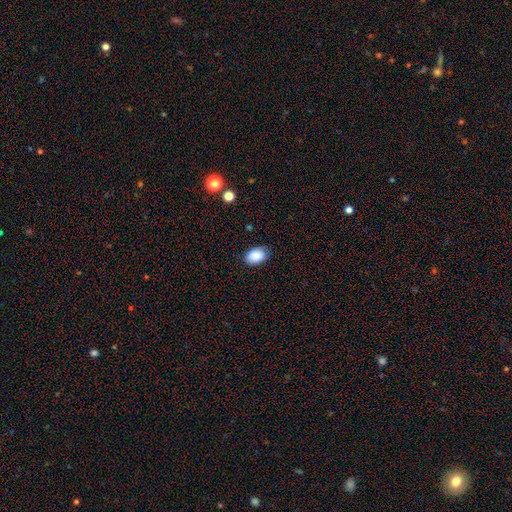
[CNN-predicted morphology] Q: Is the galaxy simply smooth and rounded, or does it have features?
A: smooth — 88%.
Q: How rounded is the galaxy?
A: in between — 87%.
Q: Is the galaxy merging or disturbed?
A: none — 81%.